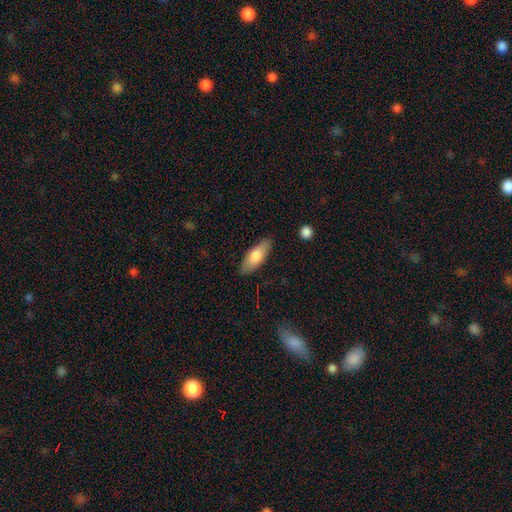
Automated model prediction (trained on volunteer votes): Smooth or featured? Predicted: smooth (p=0.75). How rounded? Predicted: in between (p=0.68). Merging? Predicted: none (p=0.86).